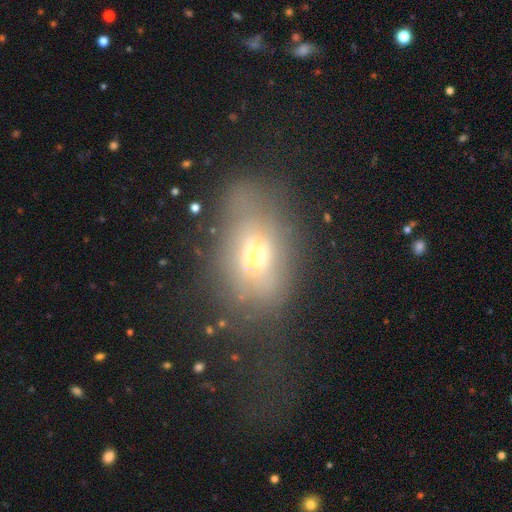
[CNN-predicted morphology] smooth-or-featured: smooth: 59% | featured or disk: 25% | star or artifact: 16%
  how-rounded: in between: 70% | round: 26% | cigar-shaped: 3%
  merging: none: 37% | major disturbance: 34% | minor disturbance: 25% | merger: 4%